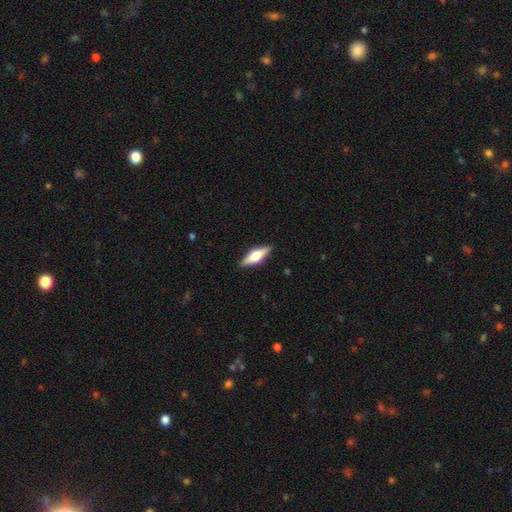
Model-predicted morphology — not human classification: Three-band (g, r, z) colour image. It shows a featured or disk galaxy (58%) viewed edge-on (96%) with a rounded central bulge (92%). Merging: none (89%).